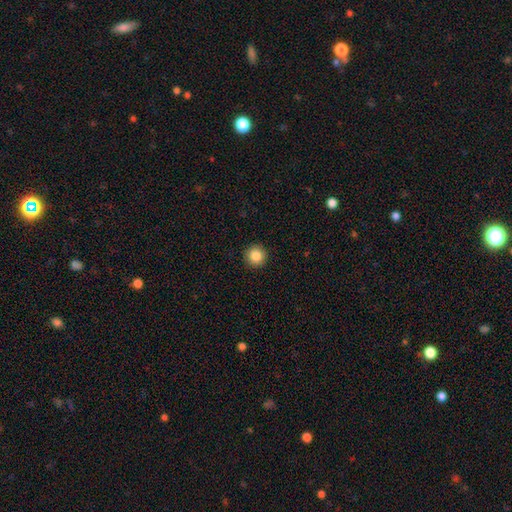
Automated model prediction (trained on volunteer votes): smooth 86%, star or artifact 9%, featured or disk 4%. Down the decision tree: how rounded — round (96%); merging — none (93%).